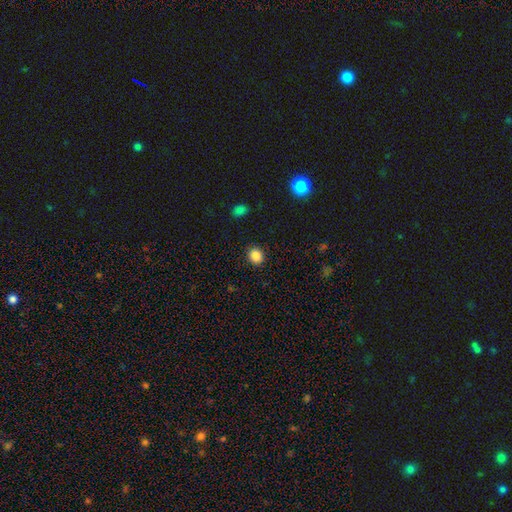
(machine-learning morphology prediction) A smooth galaxy with no disk features (87%) that is round (70%). Merging: none (89%).